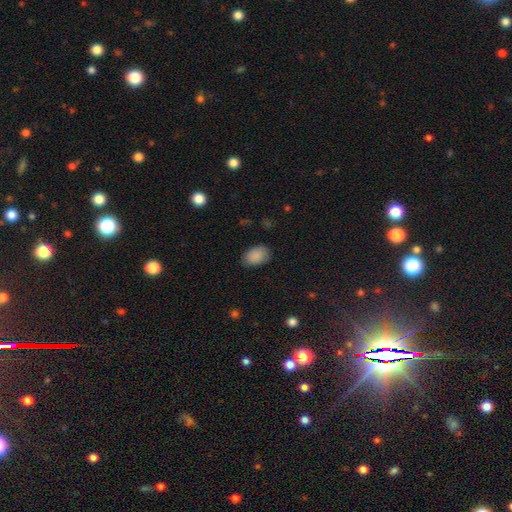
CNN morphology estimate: A smooth galaxy with no disk features (89%) that is in between round and cigar-shaped (86%).

Vote fractions:
- Smooth or featured? smooth: 89% / star or artifact: 7% / featured or disk: 4%
- How rounded? in between: 86% / round: 13% / cigar-shaped: 1%
- Merging? none: 82% / minor disturbance: 14% / major disturbance: 3% / merger: 1%